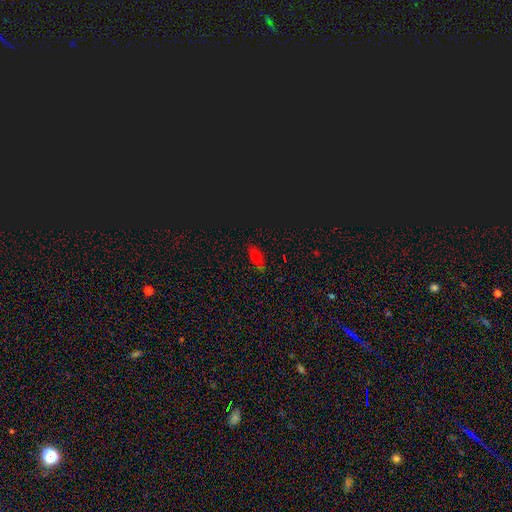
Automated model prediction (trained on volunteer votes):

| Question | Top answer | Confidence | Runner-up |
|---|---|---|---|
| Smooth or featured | smooth | 59% | star or artifact (28%) |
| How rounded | in between | 79% | round (13%) |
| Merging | none | 73% | minor disturbance (18%) |